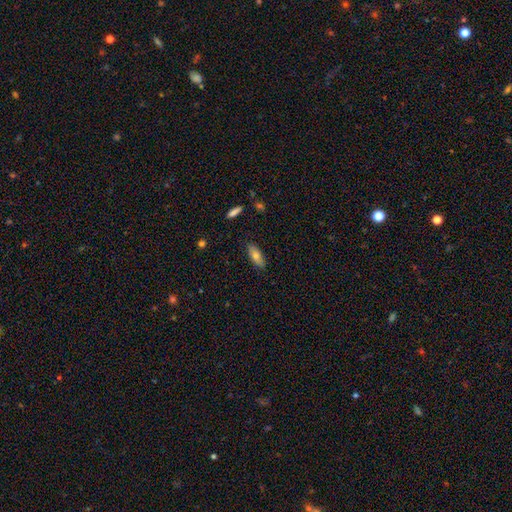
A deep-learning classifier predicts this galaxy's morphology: Smooth or featured?
  - smooth: 72% *
  - featured or disk: 20%
  - star or artifact: 7%
How rounded?
  - in between: 72% *
  - cigar-shaped: 25%
  - round: 3%
Merging?
  - none: 86% *
  - minor disturbance: 11%
  - major disturbance: 2%
  - merger: 1%